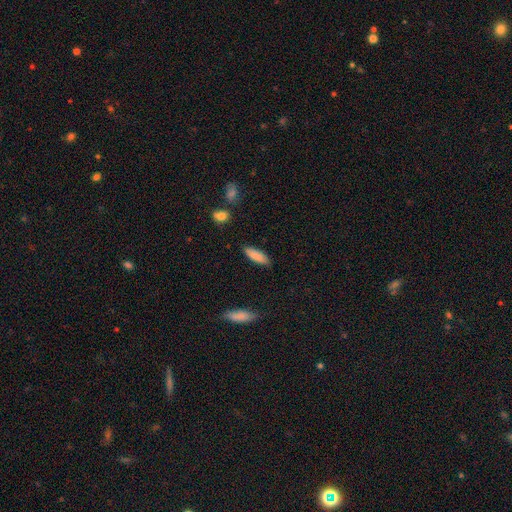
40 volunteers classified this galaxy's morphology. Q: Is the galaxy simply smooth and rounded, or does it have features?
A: smooth — 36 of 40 (90%).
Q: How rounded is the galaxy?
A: in between — 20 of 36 (56%).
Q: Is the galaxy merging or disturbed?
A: none — 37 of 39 (95%).